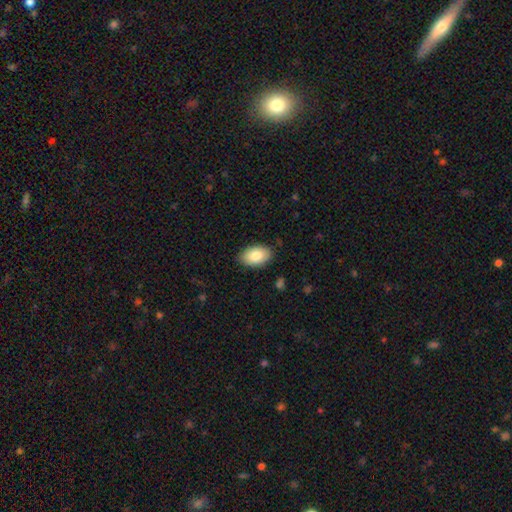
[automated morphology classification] Smooth or featured?
  - smooth: 84% *
  - featured or disk: 9%
  - star or artifact: 6%
How rounded?
  - in between: 93% *
  - round: 6%
  - cigar-shaped: 1%
Merging?
  - none: 86% *
  - minor disturbance: 11%
  - major disturbance: 2%
  - merger: 1%